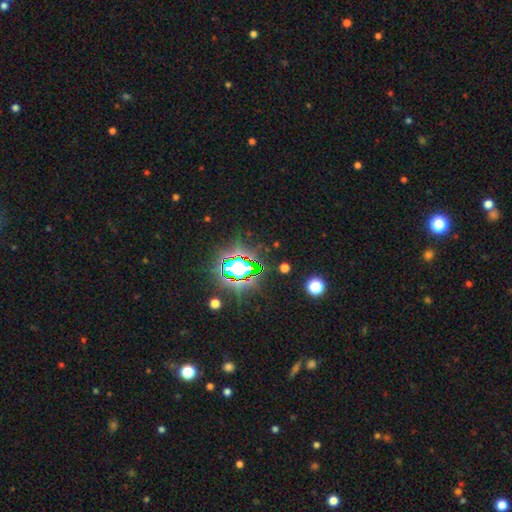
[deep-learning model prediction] This is clearly a star or artifact rather than a galaxy (81%).